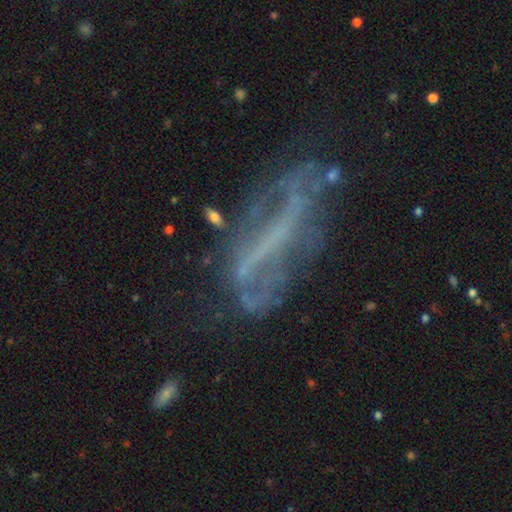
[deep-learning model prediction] Morphology: type=featured or disk (69%); edge-on=no (75%); bar=strong (47%); spiral arms=no (55%); bulge=none (67%); merging=none (49%).